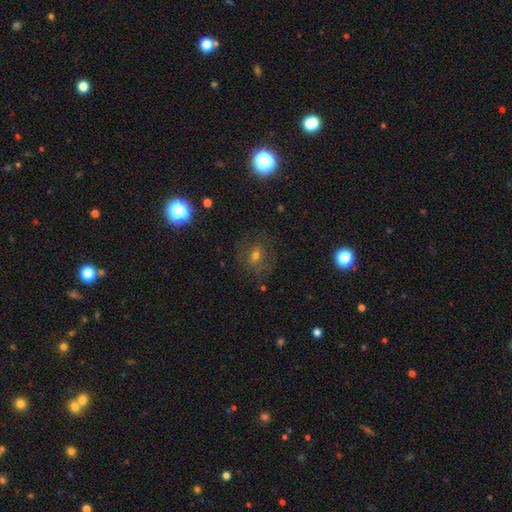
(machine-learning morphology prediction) Smooth or featured? Predicted: smooth (p=0.45). Merging? Predicted: none (p=0.76).